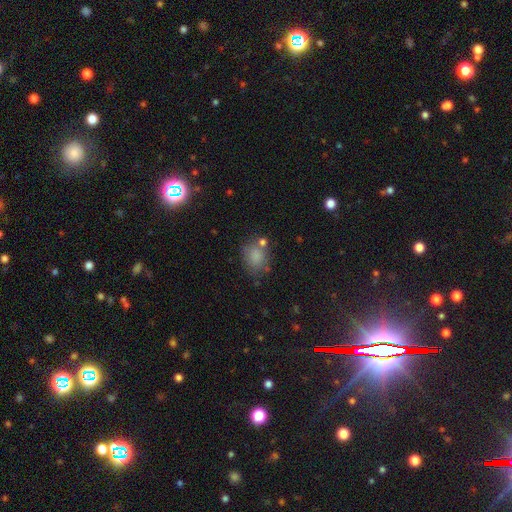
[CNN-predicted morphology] A smooth galaxy with no disk features (81%) that is round (52%).

Vote fractions:
- Smooth or featured? smooth: 81% / star or artifact: 11% / featured or disk: 9%
- How rounded? round: 52% / in between: 47% / cigar-shaped: 1%
- Merging? none: 63% / minor disturbance: 18% / merger: 11% / major disturbance: 7%